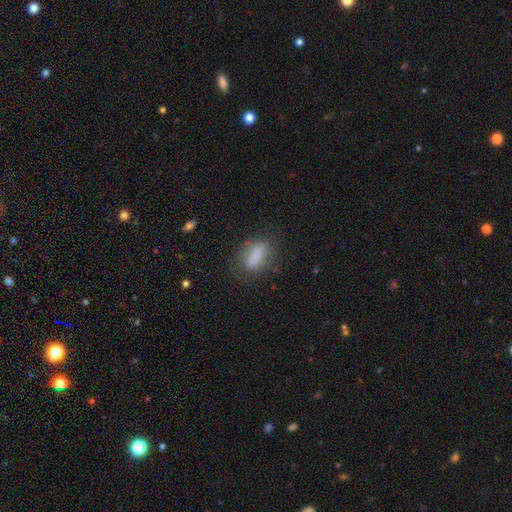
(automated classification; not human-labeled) This is likely a smooth galaxy (80%). How rounded: clearly in between (84%). Merging: likely none (69%).